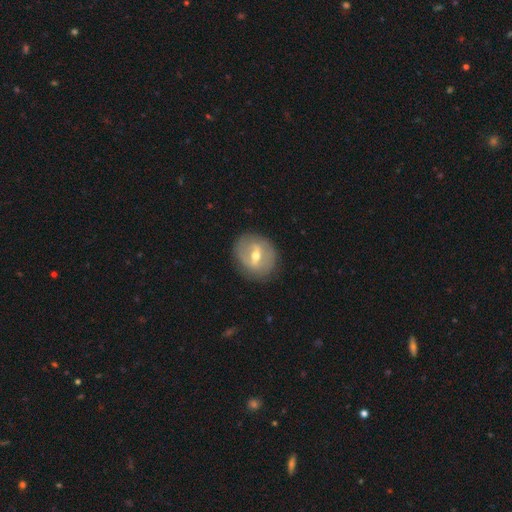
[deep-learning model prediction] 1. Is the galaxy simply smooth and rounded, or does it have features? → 64% featured or disk, 29% smooth, 7% star or artifact.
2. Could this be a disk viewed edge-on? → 91% no, 9% yes.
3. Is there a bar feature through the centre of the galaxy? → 45% strong, 43% weak, 12% no.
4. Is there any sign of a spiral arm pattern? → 66% no, 34% yes.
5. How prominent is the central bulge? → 71% moderate, 22% small, 5% large, 1% none, 1% dominant.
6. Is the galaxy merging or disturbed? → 82% none, 12% minor disturbance, 5% major disturbance, 1% merger.